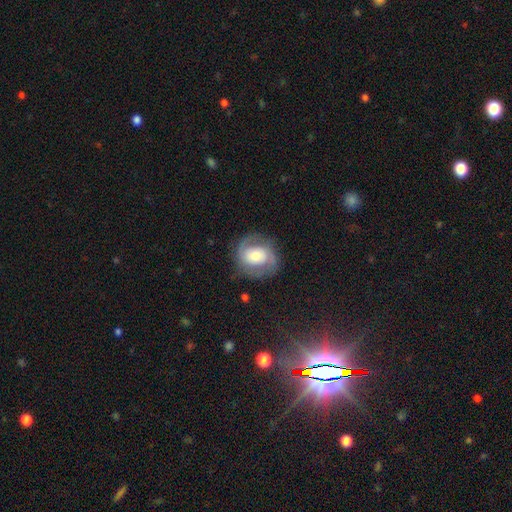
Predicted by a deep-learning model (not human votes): smooth_or_featured: featured or disk (p=0.71) [alt: smooth p=0.22]
disk_edge_on: no (p=0.97) [alt: yes p=0.03]
bar: no (p=0.59) [alt: weak p=0.30]
has_spiral_arms: yes (p=0.89) [alt: no p=0.11]
spiral_winding: medium (p=0.44) [alt: tight p=0.39]
spiral_arm_count: 2 (p=0.85) [alt: can't tell p=0.08]
bulge_size: moderate (p=0.50) [alt: small p=0.22]
merging: none (p=0.75) [alt: minor disturbance p=0.15]